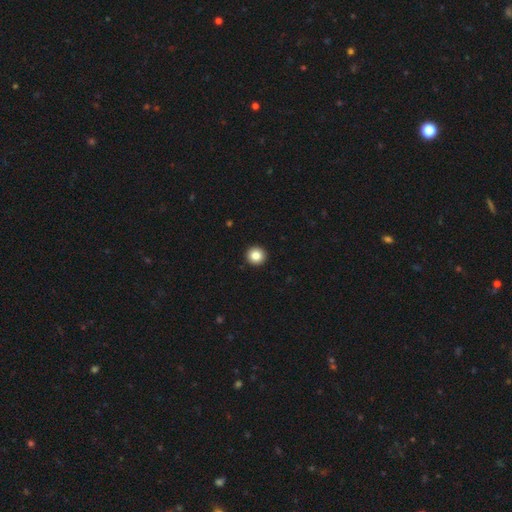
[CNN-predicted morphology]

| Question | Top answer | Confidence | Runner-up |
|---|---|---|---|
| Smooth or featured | smooth | 85% | star or artifact (10%) |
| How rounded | round | 95% | in between (4%) |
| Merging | none | 94% | minor disturbance (4%) |